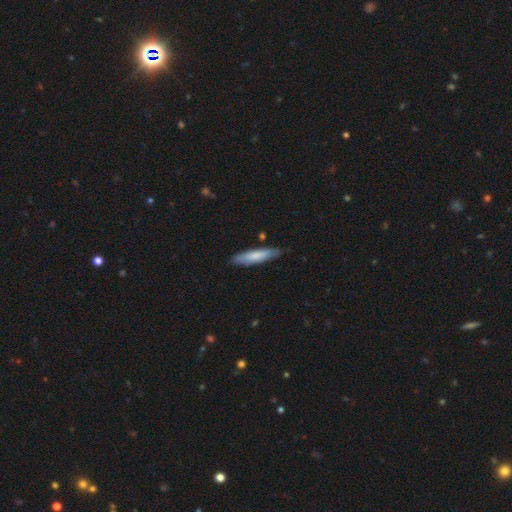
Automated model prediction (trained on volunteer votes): Smooth or featured? Predicted: smooth (p=0.75). How rounded? Predicted: cigar-shaped (p=0.83). Merging? Predicted: none (p=0.85).